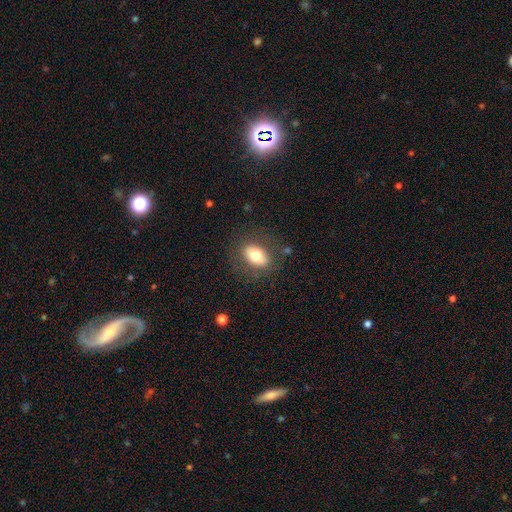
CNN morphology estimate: The model was most divided on "smooth or featured": smooth: 72%, featured or disk: 20%, star or artifact: 8%. More confident: how rounded — in between (82%); merging — none (80%).